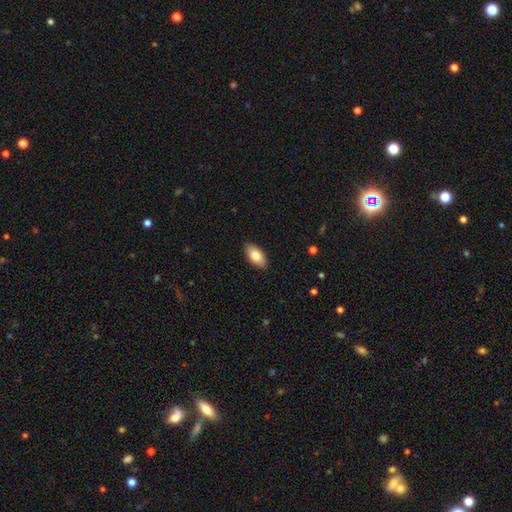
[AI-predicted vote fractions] smooth 80%, featured or disk 13%, star or artifact 7%. Down the decision tree: how rounded — in between (93%); merging — none (90%).